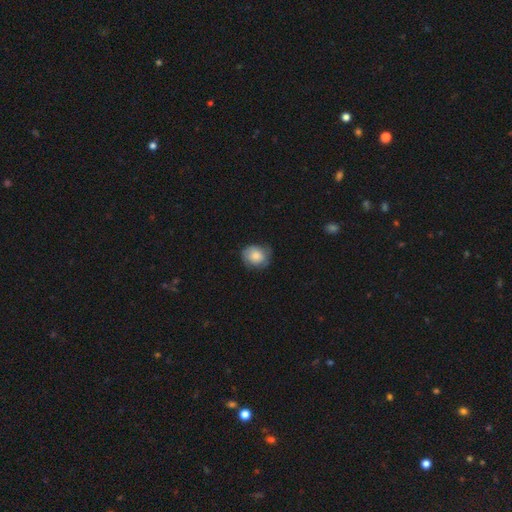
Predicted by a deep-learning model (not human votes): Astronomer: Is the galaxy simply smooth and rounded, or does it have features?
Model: smooth — 76%.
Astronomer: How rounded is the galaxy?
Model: round — 68%.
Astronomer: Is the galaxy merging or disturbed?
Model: none — 68%.